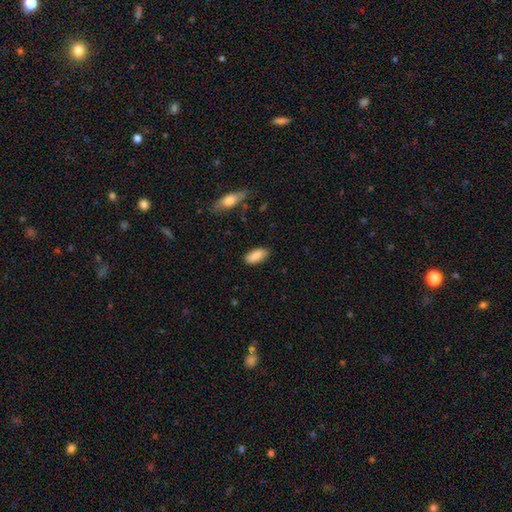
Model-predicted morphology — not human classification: Q: Smooth or featured?
A: smooth (88%); runner-up: star or artifact (6%)
Q: How rounded?
A: in between (87%); runner-up: cigar-shaped (11%)
Q: Merging?
A: none (86%); runner-up: minor disturbance (10%)